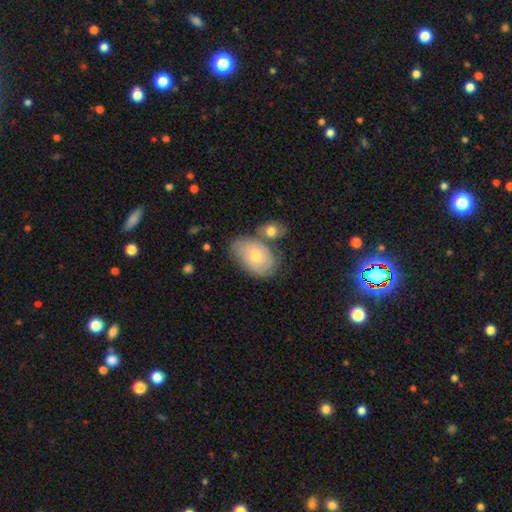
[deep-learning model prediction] This is possibly a smooth galaxy (55%). How rounded: clearly in between (86%). Merging: possibly none (50%).